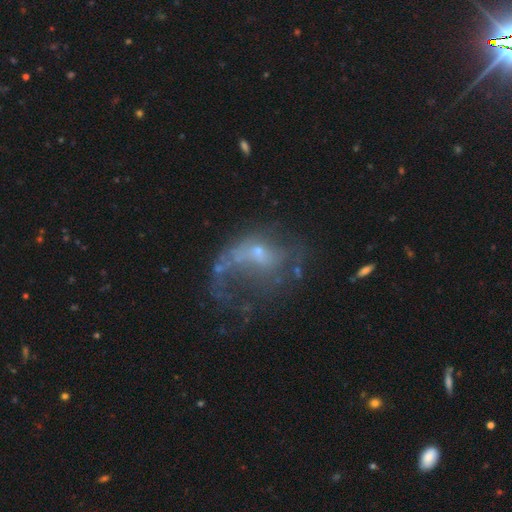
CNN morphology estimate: featured or disk 62%, smooth 23%, star or artifact 15%. Down the decision tree: edge-on disk — no (97%); bar — no (77%); spiral arms — no (61%); bulge size — small (63%); merging — major disturbance (50%).